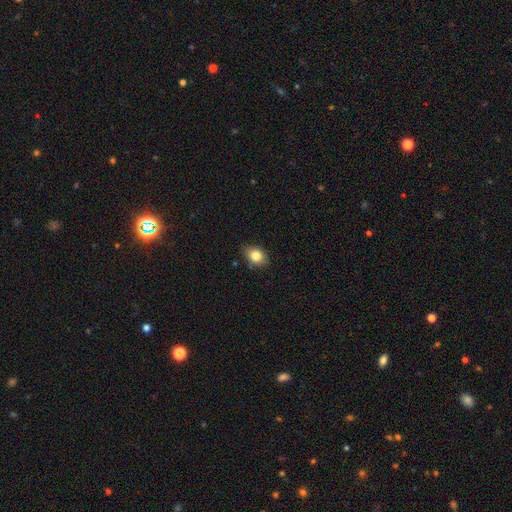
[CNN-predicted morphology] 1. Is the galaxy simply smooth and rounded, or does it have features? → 84% smooth, 9% star or artifact, 7% featured or disk.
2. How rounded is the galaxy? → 64% in between, 35% round, 1% cigar-shaped.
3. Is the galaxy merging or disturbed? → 83% none, 14% minor disturbance, 2% major disturbance, 1% merger.